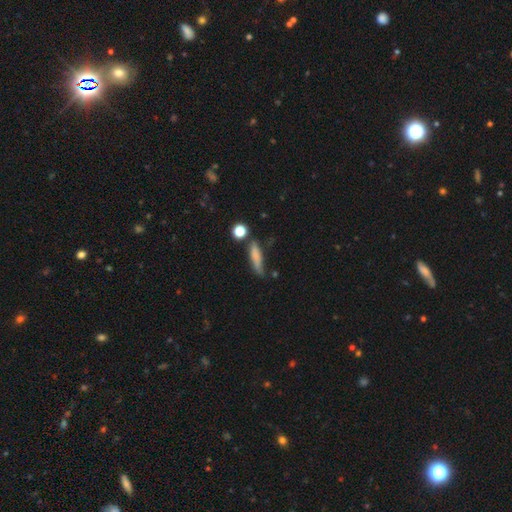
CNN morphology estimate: Overall: smooth (74%). How rounded: cigar-shaped (73%). Merging: none (56%; minor disturbance 27%).